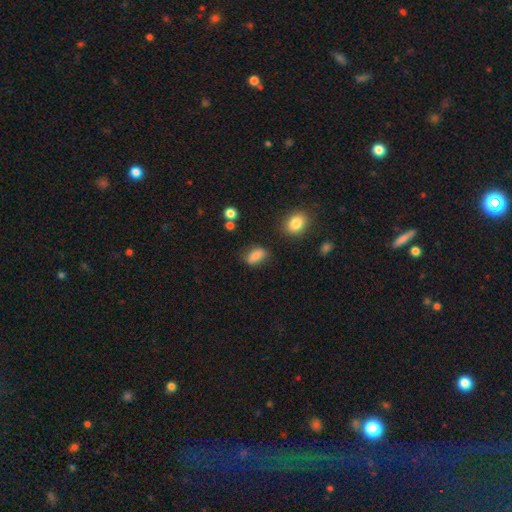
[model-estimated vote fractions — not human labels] The model was most divided on "merging": none: 74%, minor disturbance: 17%, major disturbance: 5%, merger: 4%. More confident: smooth or featured — smooth (82%); how rounded — in between (82%).